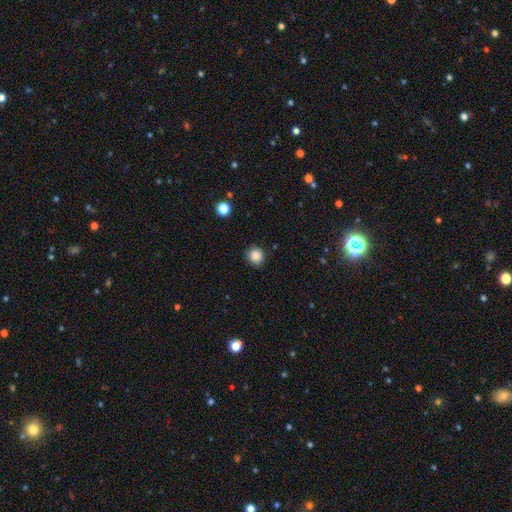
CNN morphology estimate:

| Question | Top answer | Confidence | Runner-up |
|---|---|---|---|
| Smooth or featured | smooth | 86% | star or artifact (10%) |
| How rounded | round | 87% | in between (12%) |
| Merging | none | 88% | minor disturbance (9%) |